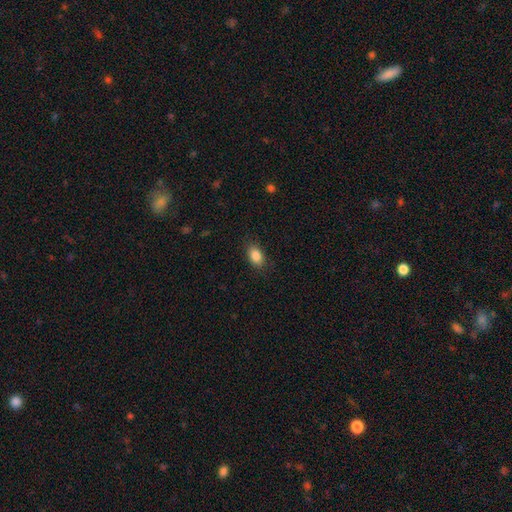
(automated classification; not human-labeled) This appears to be a smooth galaxy with no disk features (86%) that is in between round and cigar-shaped (86%). Merging: none (86%).